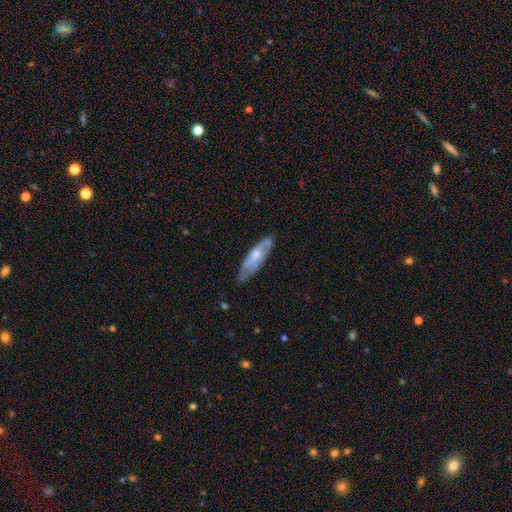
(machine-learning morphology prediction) A featured or disk galaxy (48%). Merging: none (64%).